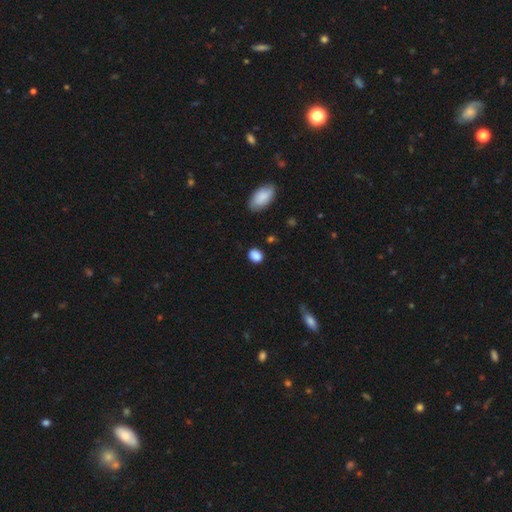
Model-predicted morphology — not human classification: A smooth galaxy with no disk features (86%) that is in between round and cigar-shaped (59%). Merging: none (79%).